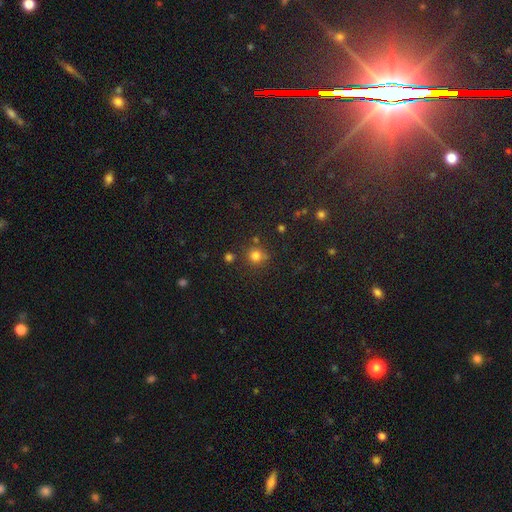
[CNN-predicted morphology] A smooth galaxy with no disk features (78%) that is round (91%).

Vote fractions:
- Smooth or featured? smooth: 78% / star or artifact: 16% / featured or disk: 6%
- How rounded? round: 91% / in between: 8% / cigar-shaped: 1%
- Merging? none: 76% / minor disturbance: 11% / merger: 9% / major disturbance: 4%